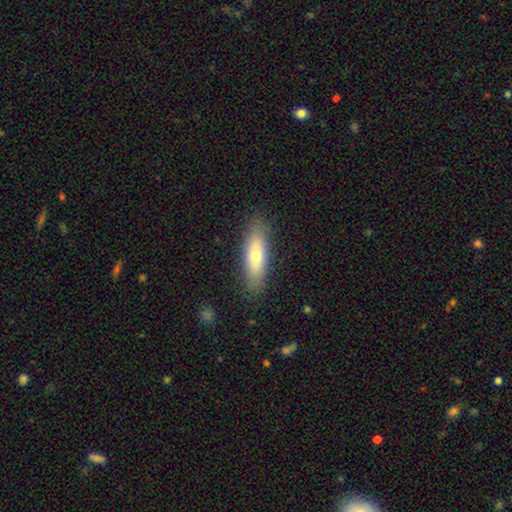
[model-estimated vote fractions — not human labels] This is likely a smooth galaxy (66%). How rounded: possibly cigar-shaped (49%). Merging: clearly none (87%).